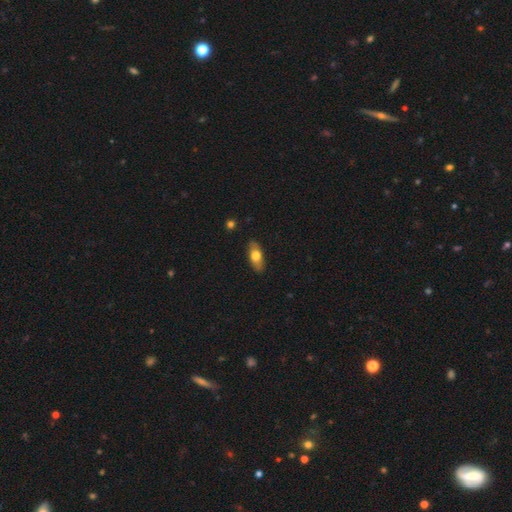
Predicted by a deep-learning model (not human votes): smooth 68%, featured or disk 26%, star or artifact 6%. Down the decision tree: how rounded — in between (80%); merging — none (87%).